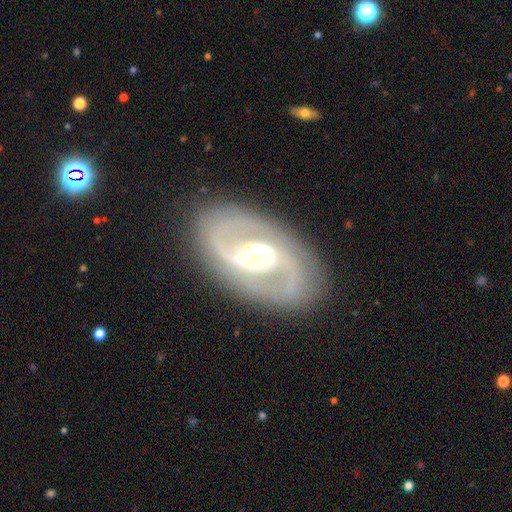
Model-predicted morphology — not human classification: The model was most divided on "bar": weak: 41%, strong: 39%, no: 20%. Remaining: edge-on disk — no (96%); spiral arms — yes (91%); spiral arm count — 2 (90%); smooth or featured — featured or disk (86%); merging — none (81%); bulge size — moderate (59%); spiral winding — medium (50%).